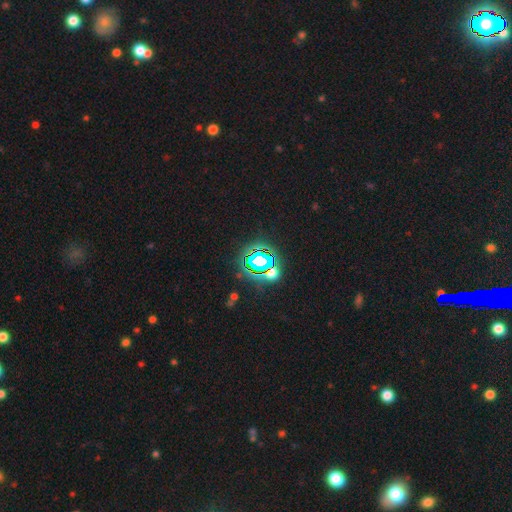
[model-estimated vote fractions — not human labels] star or artifact 76%, smooth 15%, featured or disk 10%.